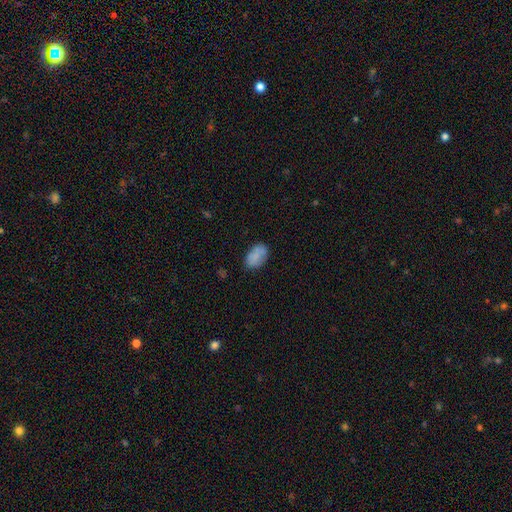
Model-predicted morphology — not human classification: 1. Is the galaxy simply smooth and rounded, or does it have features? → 79% smooth, 12% featured or disk, 8% star or artifact.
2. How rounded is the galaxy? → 92% in between, 7% round, 2% cigar-shaped.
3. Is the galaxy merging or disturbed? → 70% none, 20% minor disturbance, 6% major disturbance, 4% merger.